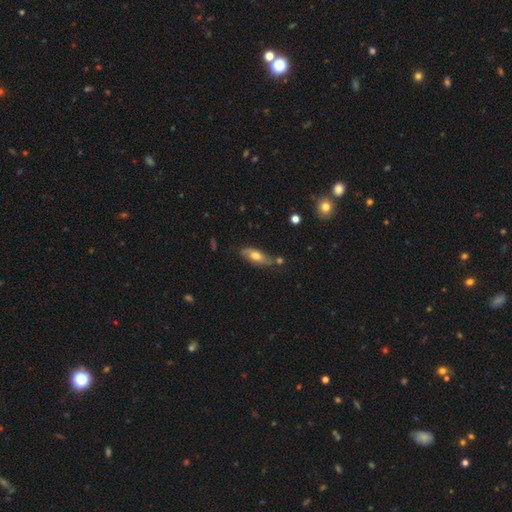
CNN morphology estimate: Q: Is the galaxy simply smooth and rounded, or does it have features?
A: smooth — 55%.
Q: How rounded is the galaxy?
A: in between — 72%.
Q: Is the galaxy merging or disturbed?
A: none — 64%.